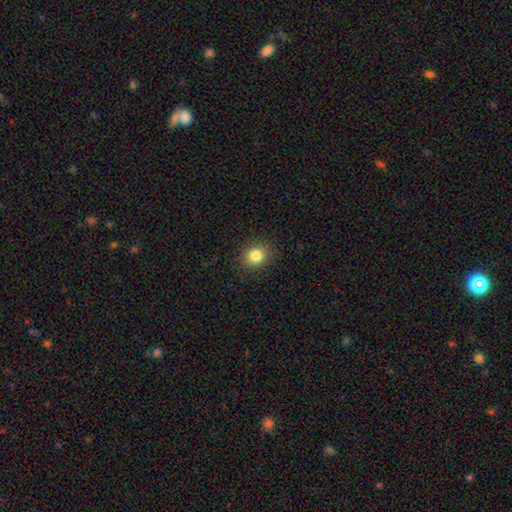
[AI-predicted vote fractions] Q: Smooth or featured?
A: smooth (84%); runner-up: star or artifact (11%)
Q: How rounded?
A: round (67%); runner-up: in between (32%)
Q: Merging?
A: none (89%); runner-up: minor disturbance (8%)